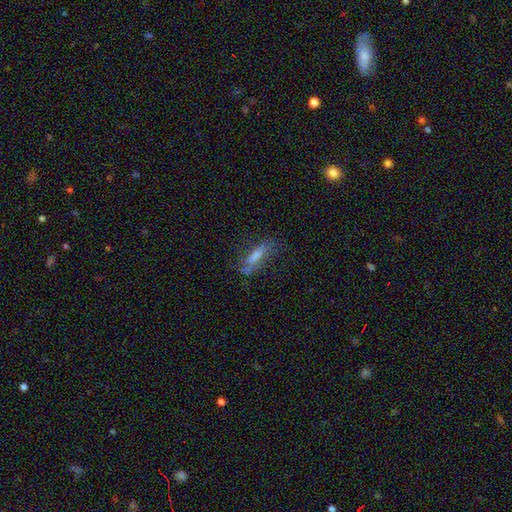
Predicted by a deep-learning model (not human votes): Overall: smooth (45%; featured or disk 41%). Merging: none (60%; minor disturbance 23%).